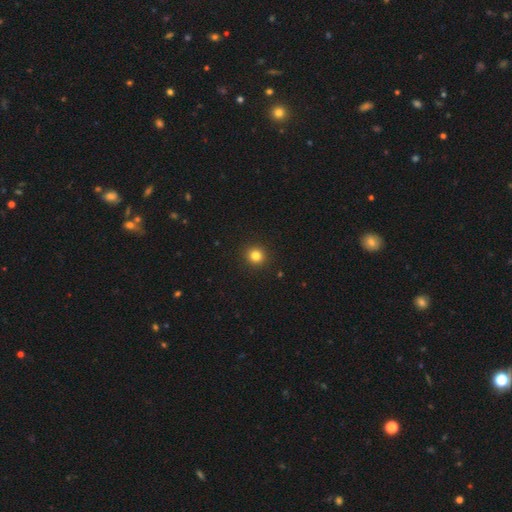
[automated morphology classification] smooth-or-featured: smooth: 82% | star or artifact: 13% | featured or disk: 5%
  how-rounded: round: 93% | in between: 6% | cigar-shaped: 1%
  merging: none: 93% | minor disturbance: 4% | major disturbance: 2% | merger: 1%